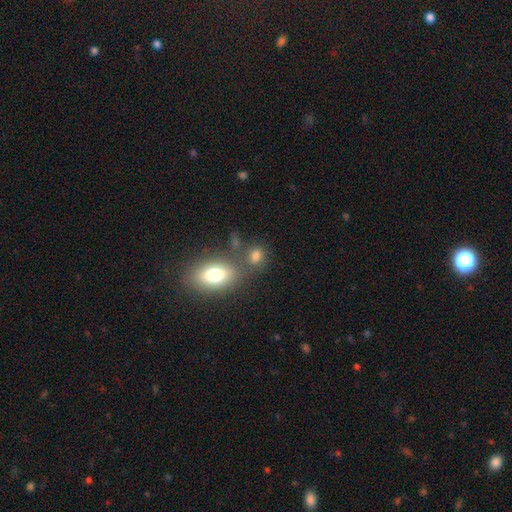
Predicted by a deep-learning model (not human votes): smooth 76%, star or artifact 14%, featured or disk 10%. Down the decision tree: how rounded — in between (50%); merging — none (61%).